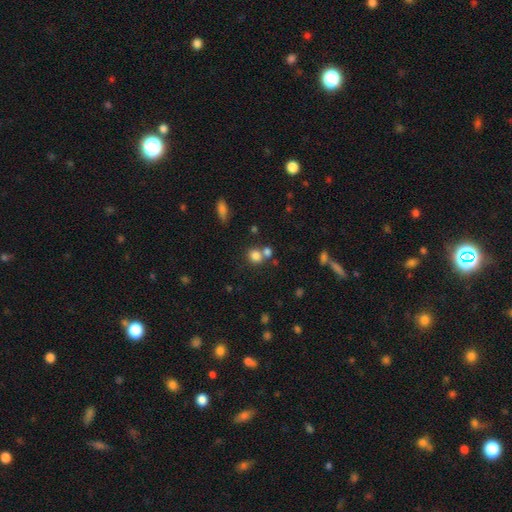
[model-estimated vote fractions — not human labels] A smooth galaxy with no disk features (80%) that is round (75%).

Vote fractions:
- Smooth or featured? smooth: 80% / star or artifact: 13% / featured or disk: 8%
- How rounded? round: 75% / in between: 24% / cigar-shaped: 1%
- Merging? none: 52% / merger: 35% / minor disturbance: 9% / major disturbance: 4%